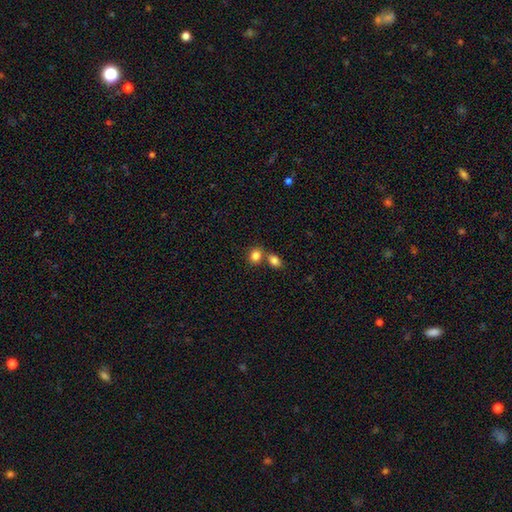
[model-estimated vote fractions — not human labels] A smooth galaxy with no disk features (84%) that is round (52%).

Vote fractions:
- Smooth or featured? smooth: 84% / star or artifact: 10% / featured or disk: 6%
- How rounded? round: 52% / in between: 47% / cigar-shaped: 1%
- Merging? none: 50% / merger: 39% / minor disturbance: 8% / major disturbance: 3%